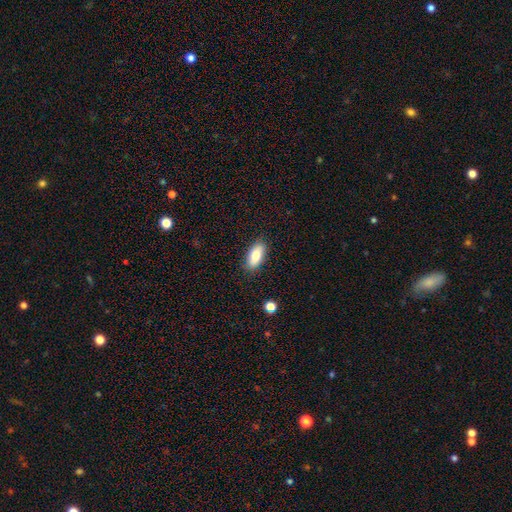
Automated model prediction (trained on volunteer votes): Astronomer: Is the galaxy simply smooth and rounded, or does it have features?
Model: smooth — 81%.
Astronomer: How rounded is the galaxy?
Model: in between — 88%.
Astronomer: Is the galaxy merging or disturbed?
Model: none — 87%.